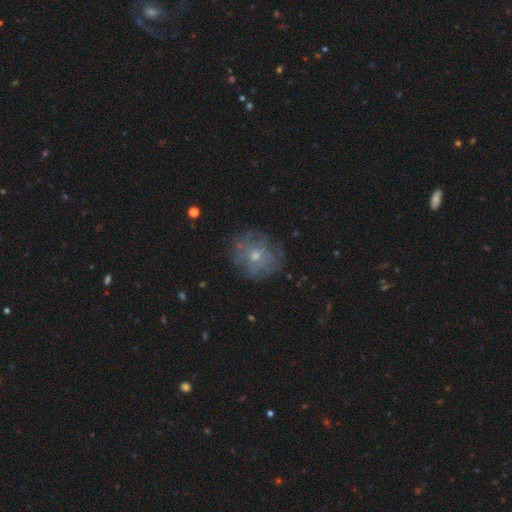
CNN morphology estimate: This is marginally a smooth galaxy (43%). Merging: likely none (74%).